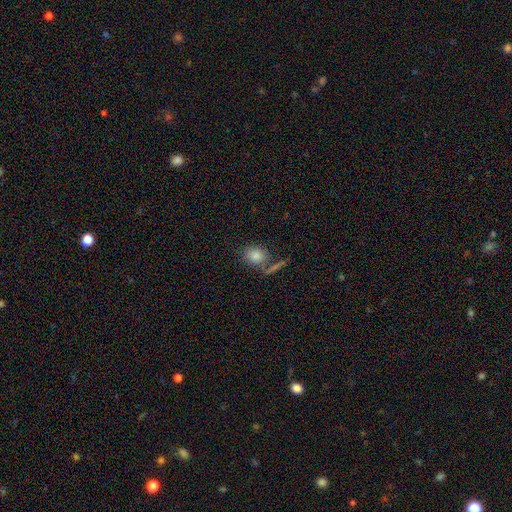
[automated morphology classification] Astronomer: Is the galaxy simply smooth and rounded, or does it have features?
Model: smooth — 79%.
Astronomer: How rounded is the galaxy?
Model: round — 63%.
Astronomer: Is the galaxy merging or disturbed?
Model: none — 61%.